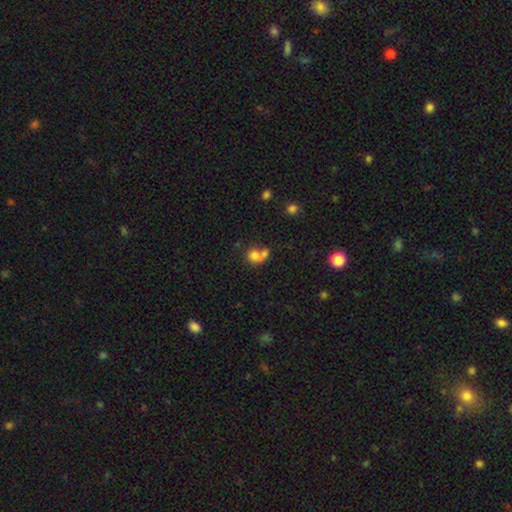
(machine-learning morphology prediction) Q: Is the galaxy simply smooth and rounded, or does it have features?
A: smooth — 70%.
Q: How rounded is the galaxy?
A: round — 72%.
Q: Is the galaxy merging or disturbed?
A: merger — 58%.